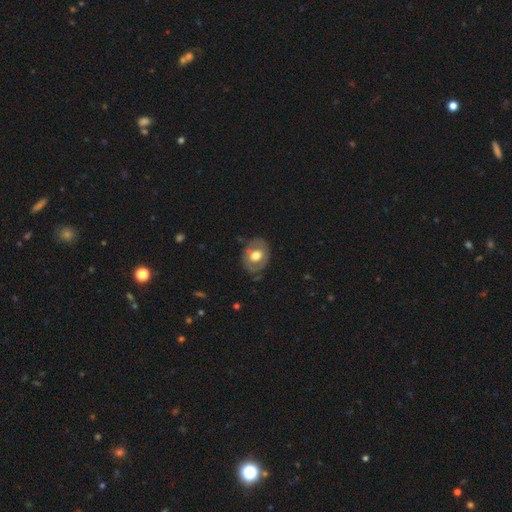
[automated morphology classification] Overall: smooth (49%; featured or disk 44%). Merging: none (74%).